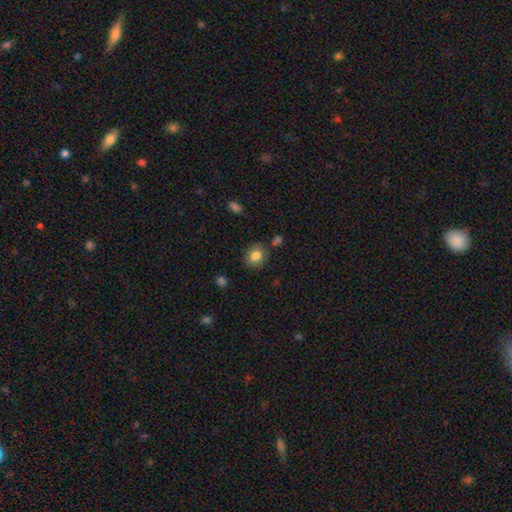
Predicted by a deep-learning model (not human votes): Overall: smooth (82%). How rounded: round (68%; in between 31%). Merging: none (81%).